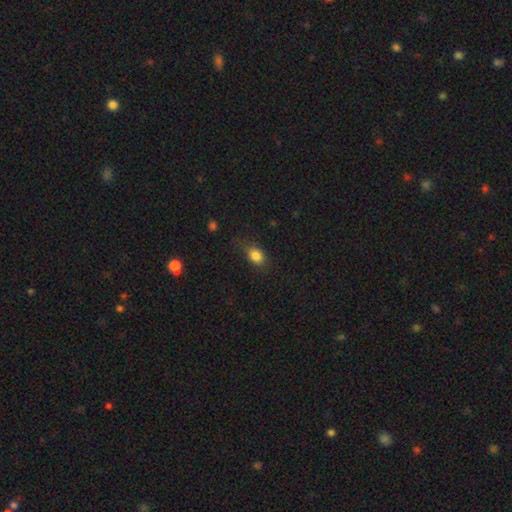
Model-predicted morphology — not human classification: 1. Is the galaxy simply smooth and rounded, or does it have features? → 83% smooth, 10% star or artifact, 6% featured or disk.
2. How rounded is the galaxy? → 71% in between, 27% round, 2% cigar-shaped.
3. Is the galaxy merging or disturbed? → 75% none, 19% minor disturbance, 5% major disturbance, 1% merger.